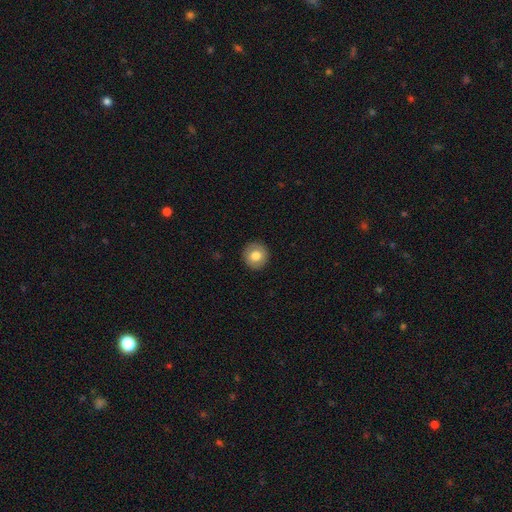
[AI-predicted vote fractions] The model was most divided on "smooth or featured": smooth: 78%, featured or disk: 15%, star or artifact: 8%. More confident: how rounded — round (94%); merging — none (92%).